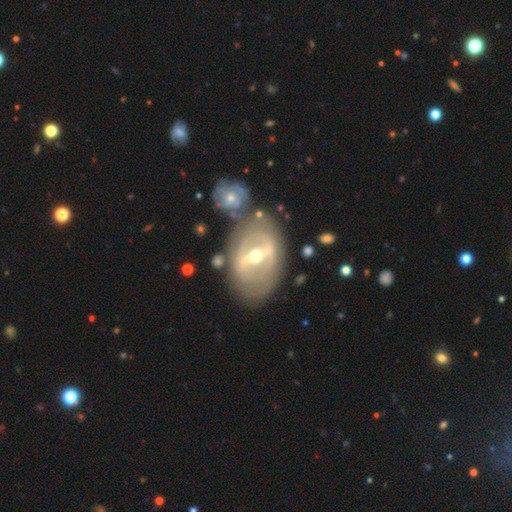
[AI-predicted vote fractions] Smooth or featured: featured or disk — 81% (smooth — 13%)
Edge-on disk: no — 91% (yes — 9%)
Bar: strong — 68% (weak — 24%)
Spiral arms: no — 51% (yes — 49%)
Bulge size: moderate — 57% (small — 39%)
Merging: none — 69% (minor disturbance — 14%)